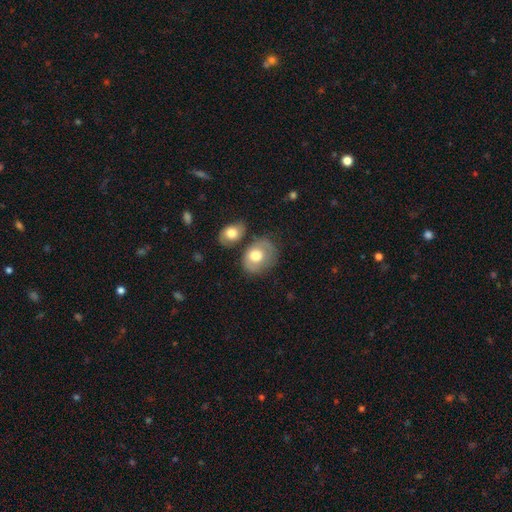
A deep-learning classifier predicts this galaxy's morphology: smooth 62%, featured or disk 31%, star or artifact 7%. Down the decision tree: how rounded — in between (61%); merging — none (57%).